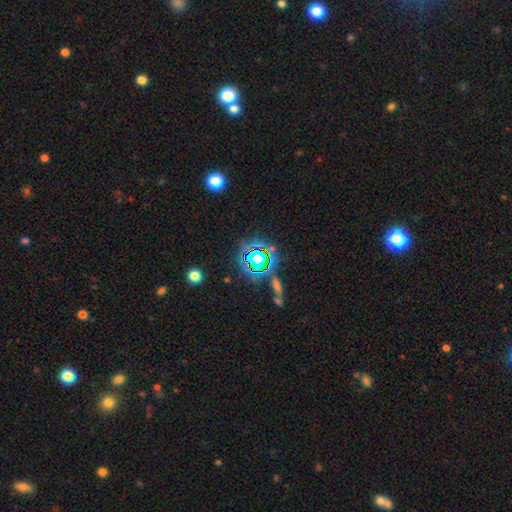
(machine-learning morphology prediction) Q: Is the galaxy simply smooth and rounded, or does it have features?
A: star or artifact — 69%.